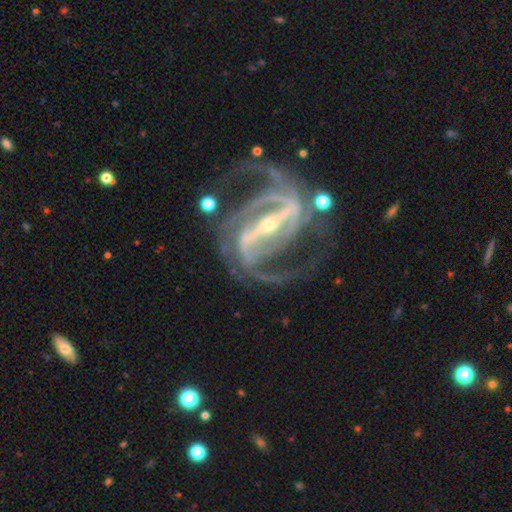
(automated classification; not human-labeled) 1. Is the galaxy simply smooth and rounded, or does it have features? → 94% featured or disk, 4% star or artifact, 2% smooth.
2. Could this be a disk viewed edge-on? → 96% no, 4% yes.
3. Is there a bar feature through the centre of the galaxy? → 87% strong, 10% weak, 3% no.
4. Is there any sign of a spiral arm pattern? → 98% yes, 2% no.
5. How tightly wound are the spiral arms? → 56% medium, 28% tight, 16% loose.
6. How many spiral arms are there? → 71% 2, 13% 3, 5% 4, 5% can't tell, 3% more than 4, 3% 1.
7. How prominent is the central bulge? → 70% small, 26% moderate, 2% large, 1% none, 1% dominant.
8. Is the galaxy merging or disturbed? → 65% none, 16% minor disturbance, 15% major disturbance, 4% merger.